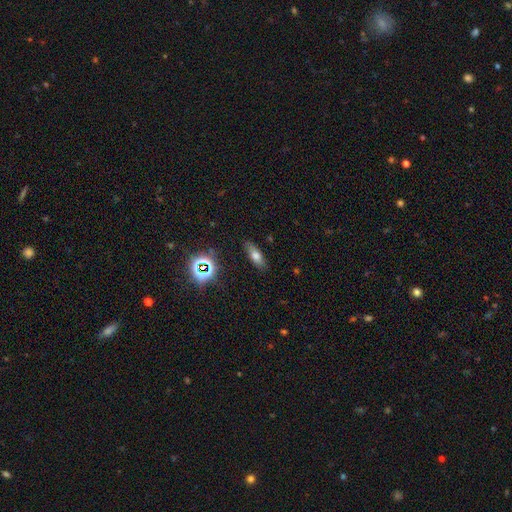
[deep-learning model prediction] This is likely a smooth galaxy (66%). How rounded: likely in between (65%). Merging: clearly none (84%).